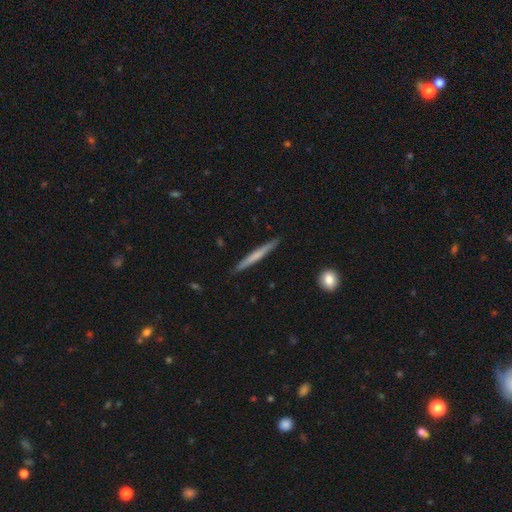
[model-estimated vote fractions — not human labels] A smooth galaxy with no disk features (55%) that is cigar-shaped (97%).

Vote fractions:
- Smooth or featured? smooth: 55% / featured or disk: 40% / star or artifact: 5%
- How rounded? cigar-shaped: 97% / in between: 2% / round: 1%
- Merging? none: 91% / minor disturbance: 7% / major disturbance: 1% / merger: 1%